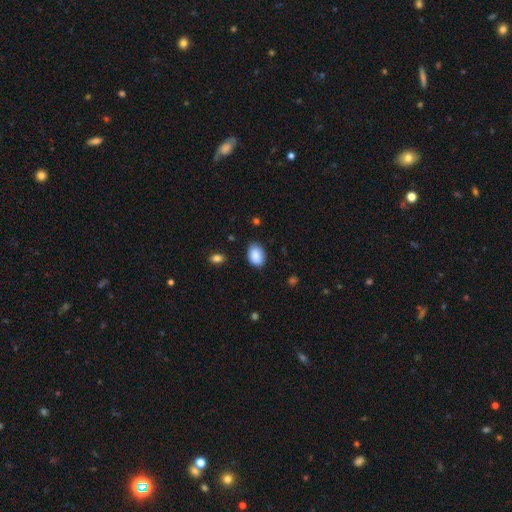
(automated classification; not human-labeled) Overall: smooth (88%). How rounded: in between (85%). Merging: none (83%).